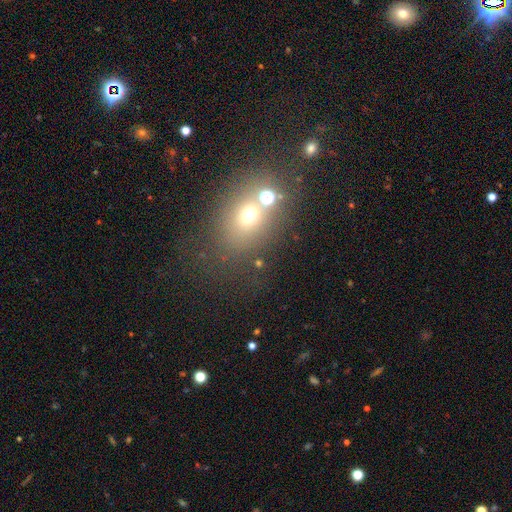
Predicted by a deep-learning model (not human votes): Morphology: type=smooth (52%); roundness=round (52%); merging=none (50%).